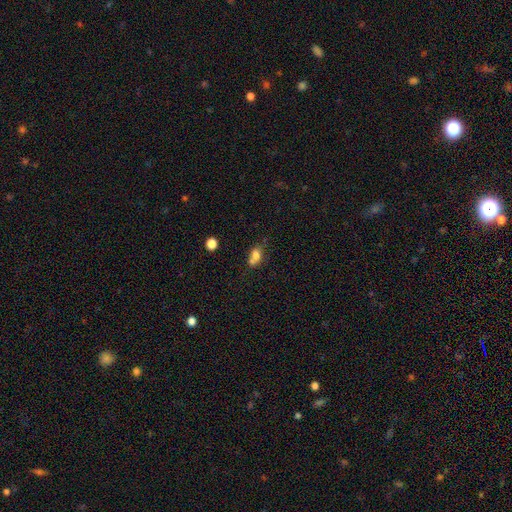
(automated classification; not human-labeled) Q: Smooth or featured?
A: smooth (72%); runner-up: featured or disk (16%)
Q: How rounded?
A: in between (59%); runner-up: round (38%)
Q: Merging?
A: merger (47%); runner-up: none (34%)